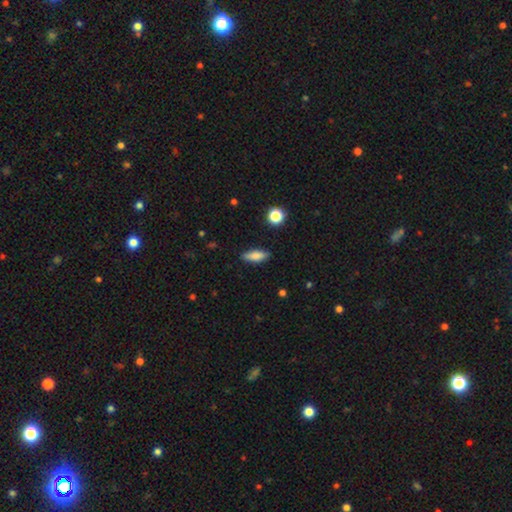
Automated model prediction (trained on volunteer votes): This appears to be a smooth galaxy with no disk features (77%) that is in between round and cigar-shaped (60%). Merging: none (85%).